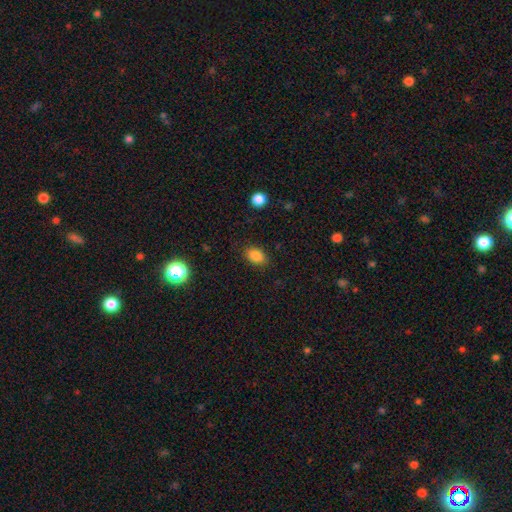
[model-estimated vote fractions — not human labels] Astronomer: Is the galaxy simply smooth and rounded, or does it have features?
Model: smooth — 85%.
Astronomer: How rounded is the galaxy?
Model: in between — 82%.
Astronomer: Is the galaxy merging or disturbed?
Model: none — 85%.